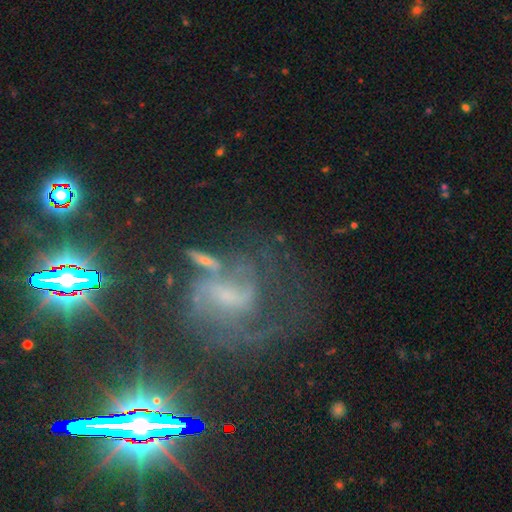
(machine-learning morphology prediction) type=featured or disk (56%); edge-on=no (95%); bar=weak (44%); spiral arms=yes (80%); bulge=small (47%); merging=none (48%).